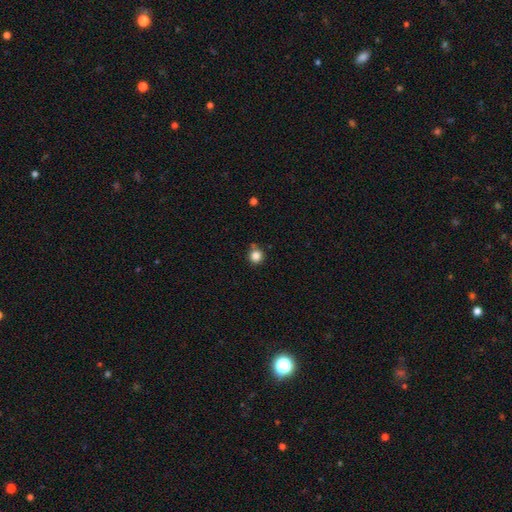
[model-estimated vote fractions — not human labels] Morphology: type=smooth (84%); roundness=round (94%); merging=none (80%).